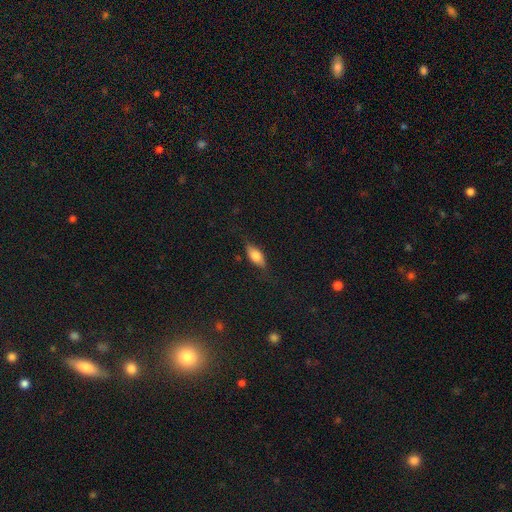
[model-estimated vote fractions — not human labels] Overall: smooth (72%). How rounded: in between (83%). Merging: none (76%).